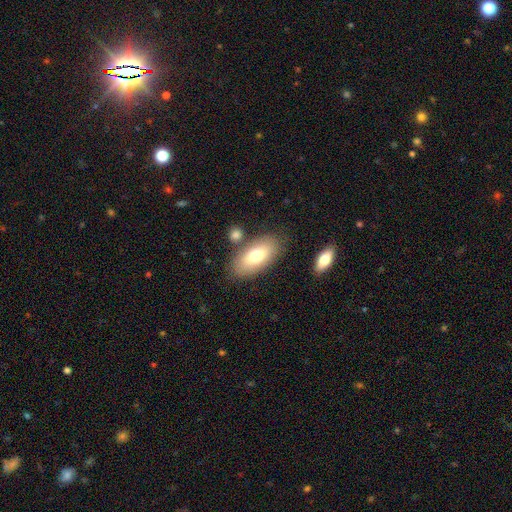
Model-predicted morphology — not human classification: This appears to be a smooth galaxy with no disk features (73%) that is in between round and cigar-shaped (91%). Merging: none (79%).